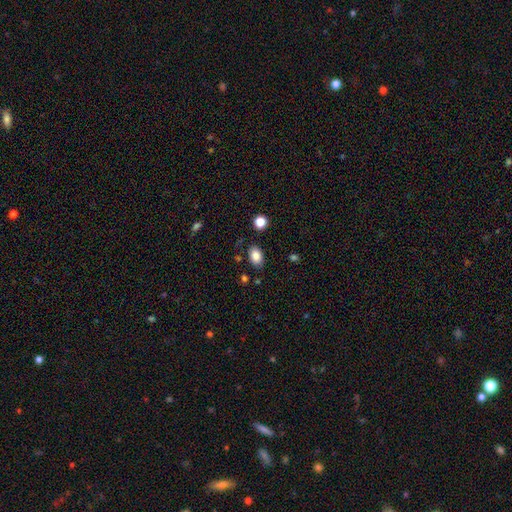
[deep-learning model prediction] Smooth or featured?
  - smooth: 85% *
  - star or artifact: 9%
  - featured or disk: 7%
How rounded?
  - in between: 86% *
  - round: 13%
  - cigar-shaped: 1%
Merging?
  - none: 83% *
  - minor disturbance: 11%
  - merger: 3%
  - major disturbance: 3%